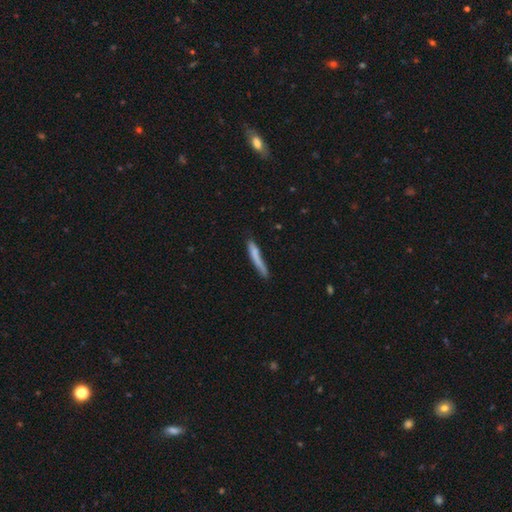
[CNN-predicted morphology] Smooth or featured? smooth (70%)
How rounded? cigar-shaped (94%)
Merging? none (64%)